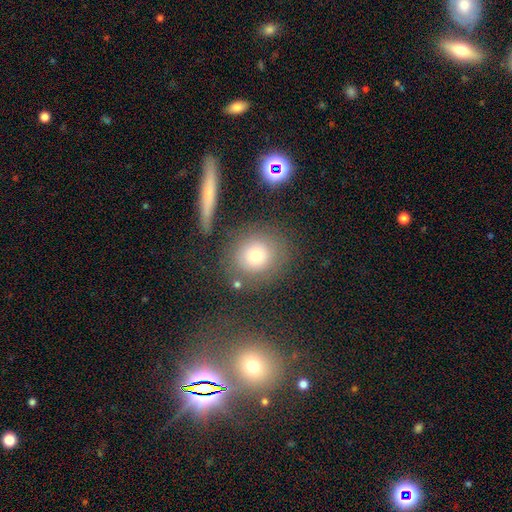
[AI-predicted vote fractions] Overall: smooth (70%). How rounded: round (85%). Merging: none (76%).